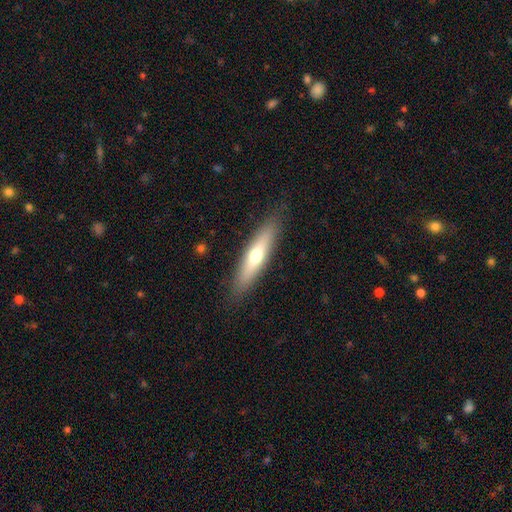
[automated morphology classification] Smooth or featured? smooth (56%)
How rounded? cigar-shaped (77%)
Merging? none (87%)